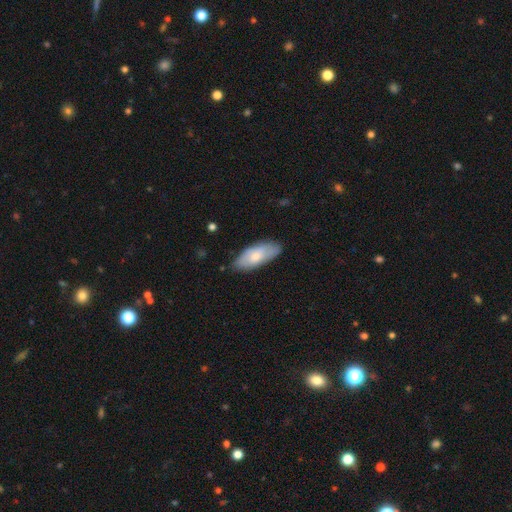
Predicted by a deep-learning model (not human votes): A smooth galaxy with no disk features (64%) that is in between round and cigar-shaped (83%).

Vote fractions:
- Smooth or featured? smooth: 64% / featured or disk: 30% / star or artifact: 5%
- How rounded? in between: 83% / cigar-shaped: 15% / round: 2%
- Merging? none: 77% / minor disturbance: 19% / major disturbance: 3% / merger: 1%